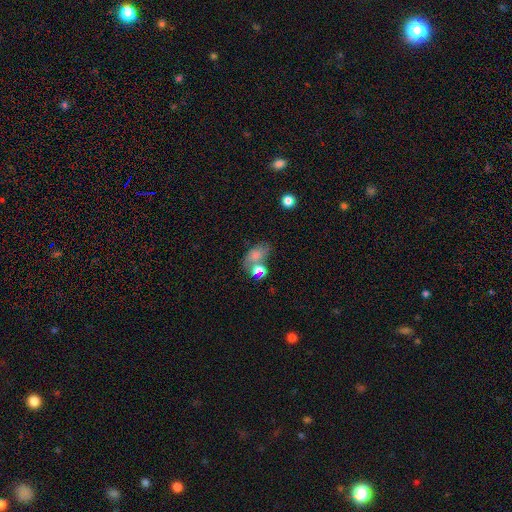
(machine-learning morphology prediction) smooth_or_featured: smooth (p=0.64) [alt: featured or disk p=0.22]
how_rounded: in between (p=0.78) [alt: round p=0.20]
merging: merger (p=0.37) [alt: none p=0.31]